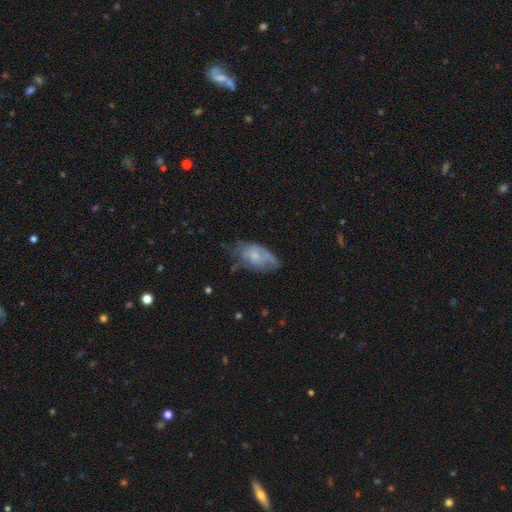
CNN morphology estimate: A smooth galaxy with no disk features (47%). Merging: none (40%).